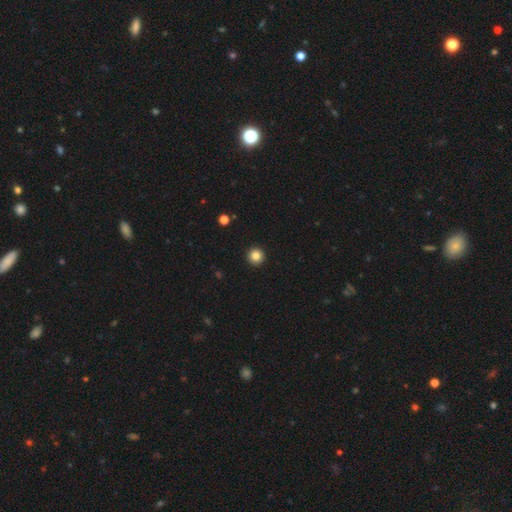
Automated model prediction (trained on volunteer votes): Overall: smooth (85%). How rounded: round (96%). Merging: none (94%).